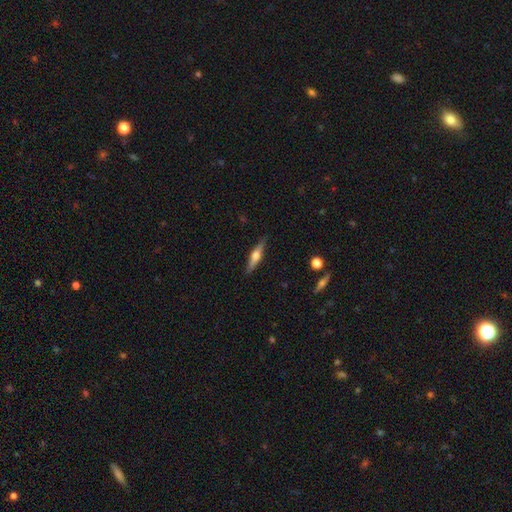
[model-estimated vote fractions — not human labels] Q: Smooth or featured?
A: featured or disk (67%); runner-up: smooth (27%)
Q: Edge-on disk?
A: yes (97%); runner-up: no (3%)
Q: Edge-on bulge?
A: rounded (92%); runner-up: boxy (5%)
Q: Merging?
A: none (88%); runner-up: minor disturbance (9%)